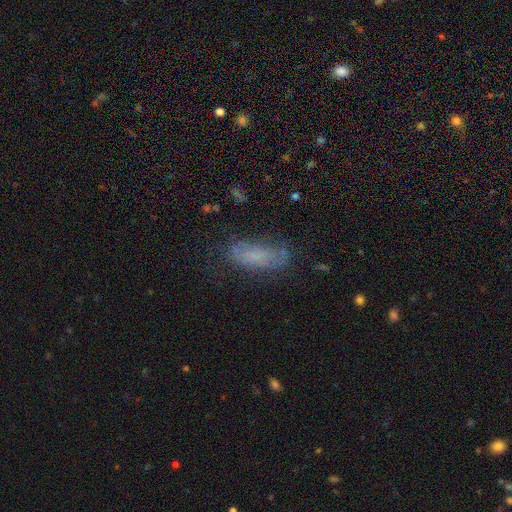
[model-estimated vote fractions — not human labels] smooth-or-featured: smooth: 64% | featured or disk: 23% | star or artifact: 13%
  how-rounded: in between: 68% | cigar-shaped: 29% | round: 3%
  merging: none: 62% | minor disturbance: 24% | major disturbance: 12% | merger: 3%